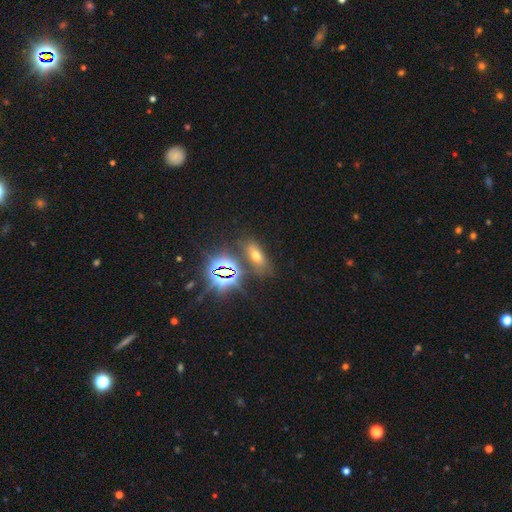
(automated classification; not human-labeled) smooth_or_featured: star or artifact (p=0.43) [alt: smooth p=0.42]